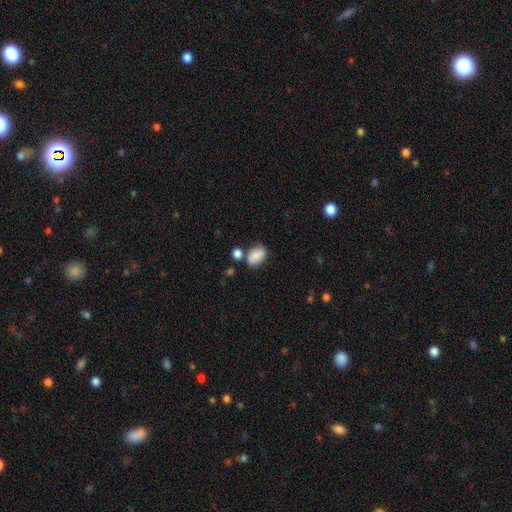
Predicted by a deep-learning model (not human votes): smooth-or-featured: smooth: 81% | featured or disk: 11% | star or artifact: 8%
  how-rounded: in between: 86% | round: 12% | cigar-shaped: 1%
  merging: none: 59% | merger: 19% | minor disturbance: 18% | major disturbance: 5%